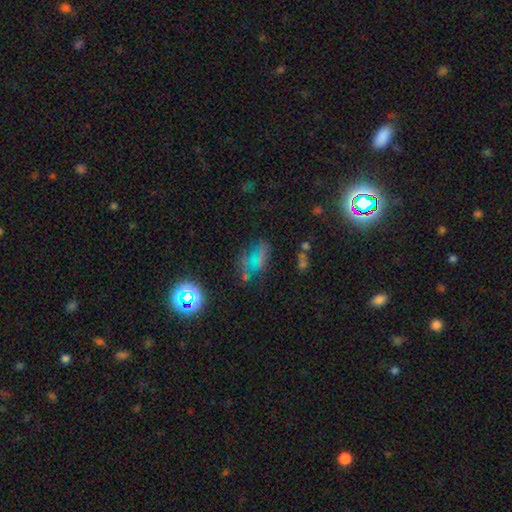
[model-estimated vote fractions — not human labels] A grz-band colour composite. It shows a star or artifact, not a galaxy (42%).